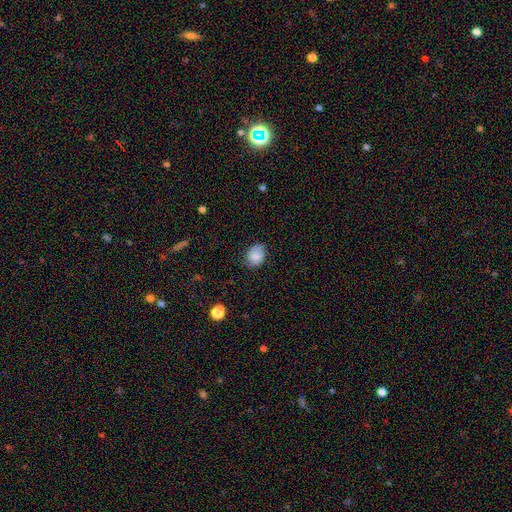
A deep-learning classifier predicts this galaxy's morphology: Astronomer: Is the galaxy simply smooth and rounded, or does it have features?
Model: smooth — 75%.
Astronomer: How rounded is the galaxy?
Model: in between — 67%.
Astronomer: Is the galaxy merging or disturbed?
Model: none — 70%.